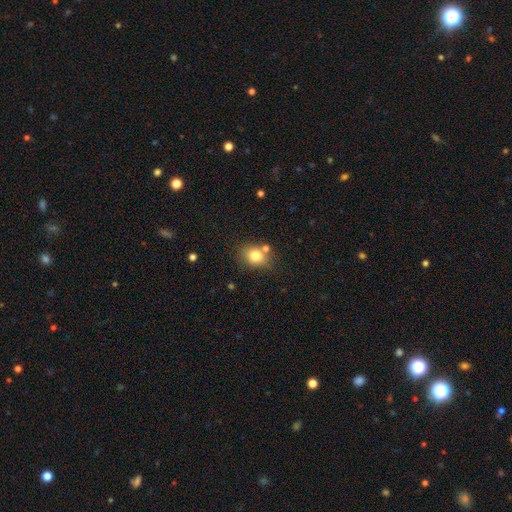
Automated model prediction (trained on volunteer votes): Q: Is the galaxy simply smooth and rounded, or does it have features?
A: smooth — 79%.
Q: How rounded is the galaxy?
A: round — 51%.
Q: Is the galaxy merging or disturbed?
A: none — 67%.